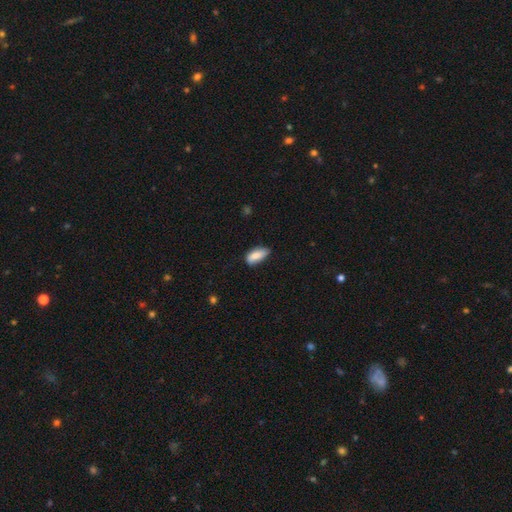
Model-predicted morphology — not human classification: This appears to be a smooth galaxy with no disk features (83%) that is in between round and cigar-shaped (83%). Merging: none (62%).